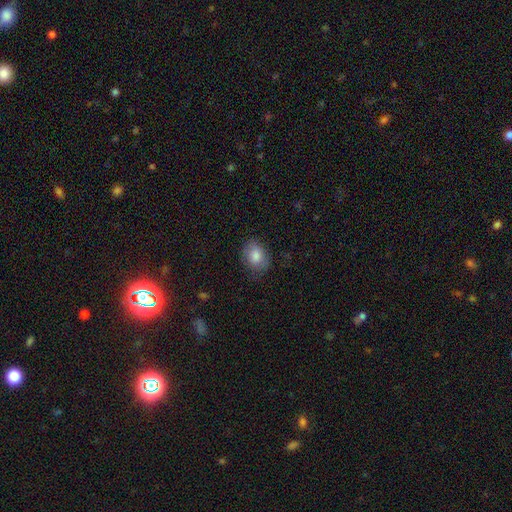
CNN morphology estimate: smooth_or_featured: smooth (p=0.81) [alt: featured or disk p=0.11]
how_rounded: in between (p=0.64) [alt: round p=0.35]
merging: none (p=0.76) [alt: minor disturbance p=0.18]